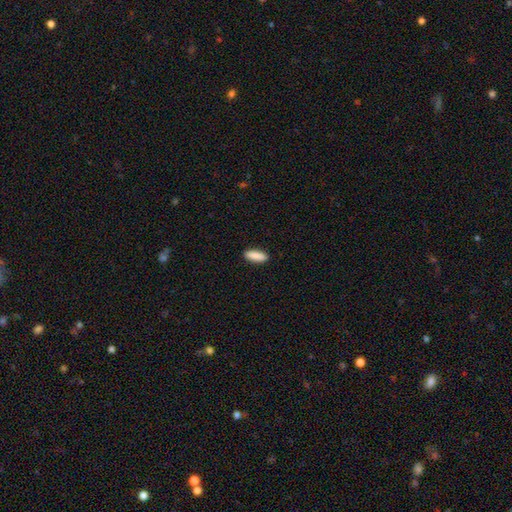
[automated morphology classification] This appears to be a smooth galaxy with no disk features (90%) that is in between round and cigar-shaped (60%). Merging: none (90%).